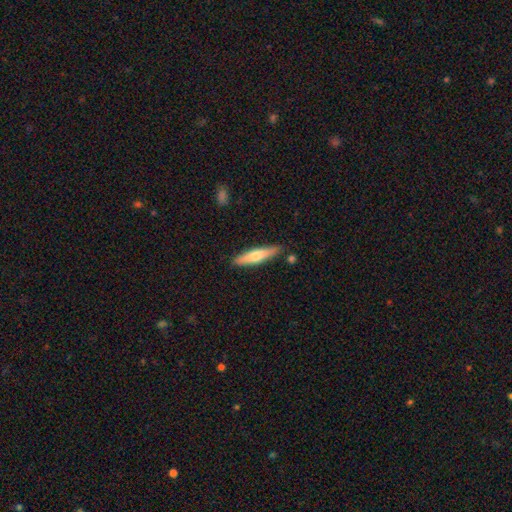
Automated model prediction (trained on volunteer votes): Smooth or featured?
  - smooth: 60% *
  - featured or disk: 35%
  - star or artifact: 5%
How rounded?
  - cigar-shaped: 84% *
  - in between: 15%
  - round: 1%
Merging?
  - none: 85% *
  - minor disturbance: 10%
  - merger: 2%
  - major disturbance: 2%